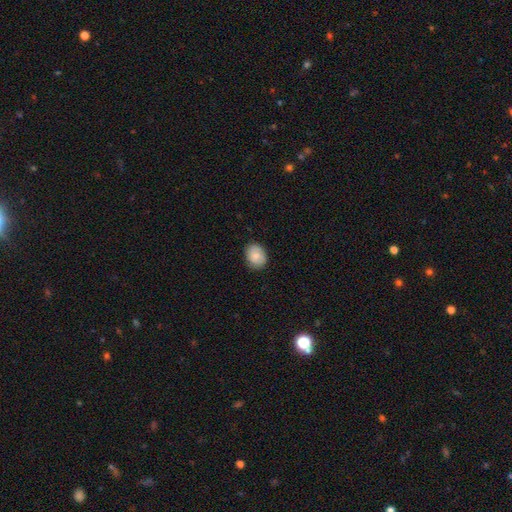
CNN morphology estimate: The model was most divided on "how rounded": in between: 56%, round: 43%, cigar-shaped: 1%. More confident: merging — none (85%); smooth or featured — smooth (79%).